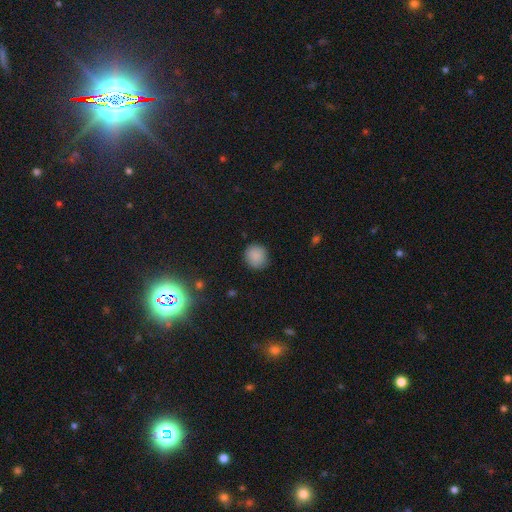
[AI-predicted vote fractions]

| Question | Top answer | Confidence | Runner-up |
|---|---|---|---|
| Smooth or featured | smooth | 87% | star or artifact (9%) |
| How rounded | round | 90% | in between (9%) |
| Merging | none | 88% | minor disturbance (8%) |